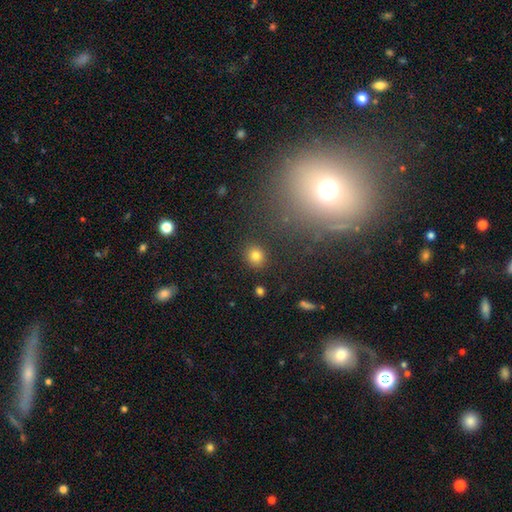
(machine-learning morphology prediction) Q: Smooth or featured?
A: smooth (81%); runner-up: star or artifact (13%)
Q: How rounded?
A: round (85%); runner-up: in between (14%)
Q: Merging?
A: none (89%); runner-up: minor disturbance (6%)